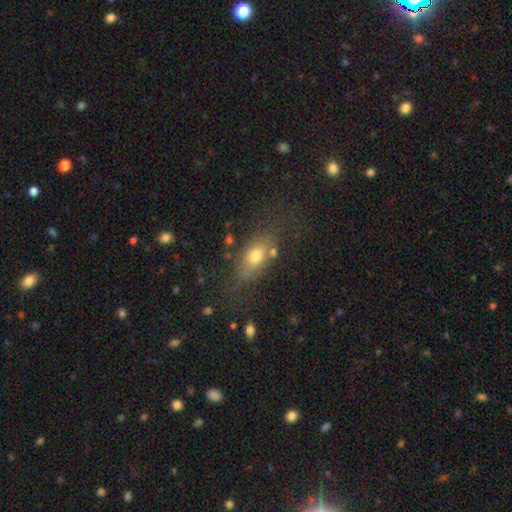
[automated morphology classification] A smooth galaxy with no disk features (70%) that is in between round and cigar-shaped (78%). Merging: none (68%).